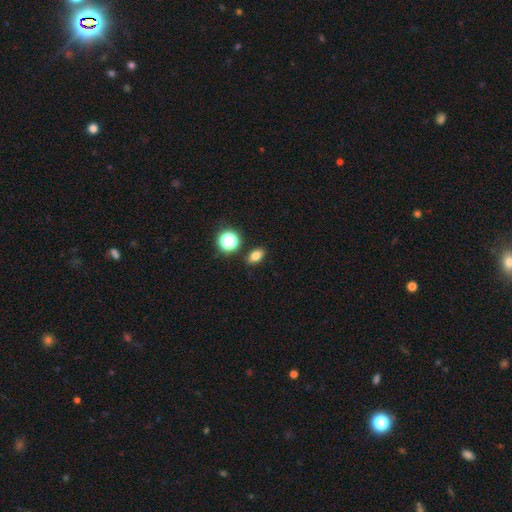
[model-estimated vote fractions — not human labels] Smooth or featured: smooth — 77% (star or artifact — 15%)
How rounded: in between — 78% (round — 19%)
Merging: none — 86% (minor disturbance — 9%)